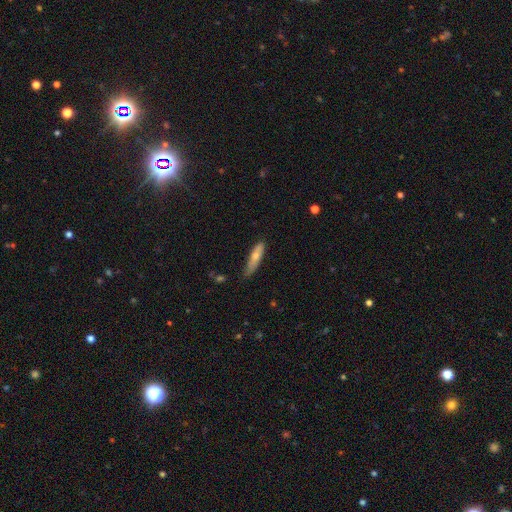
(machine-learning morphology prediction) smooth 68%, featured or disk 26%, star or artifact 6%. Down the decision tree: how rounded — cigar-shaped (75%); merging — none (63%).